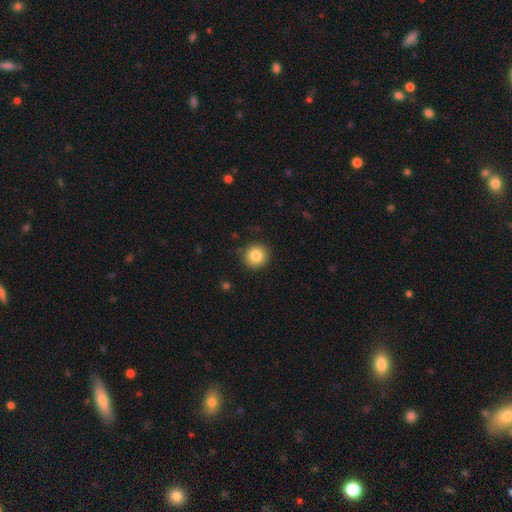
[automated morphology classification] Smooth or featured?
  - smooth: 83% *
  - star or artifact: 10%
  - featured or disk: 7%
How rounded?
  - round: 93% *
  - in between: 6%
  - cigar-shaped: 1%
Merging?
  - none: 89% *
  - minor disturbance: 7%
  - major disturbance: 2%
  - merger: 1%